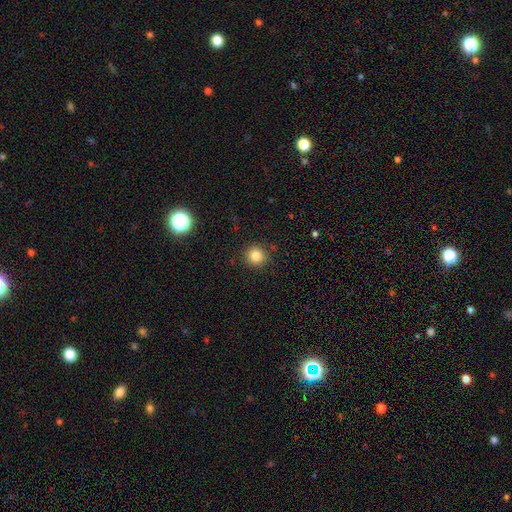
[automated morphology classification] The model was most divided on "smooth or featured": smooth: 83%, star or artifact: 12%, featured or disk: 5%. More confident: how rounded — round (93%); merging — none (90%).